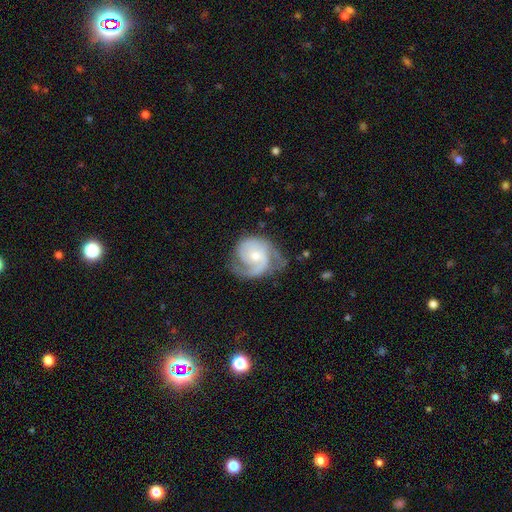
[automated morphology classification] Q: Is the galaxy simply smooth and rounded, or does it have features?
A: featured or disk — 84%.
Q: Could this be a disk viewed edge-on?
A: no — 98%.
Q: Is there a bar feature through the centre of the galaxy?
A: no — 63%.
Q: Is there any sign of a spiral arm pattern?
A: yes — 96%.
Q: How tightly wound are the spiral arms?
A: medium — 44%.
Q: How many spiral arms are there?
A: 2 — 61%.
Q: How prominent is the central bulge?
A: small — 48%.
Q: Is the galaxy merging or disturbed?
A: none — 57%.